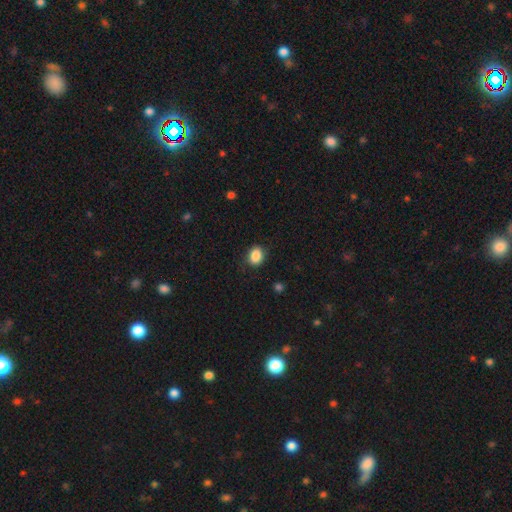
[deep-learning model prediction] Q: Smooth or featured?
A: smooth (87%); runner-up: star or artifact (9%)
Q: How rounded?
A: in between (61%); runner-up: round (38%)
Q: Merging?
A: none (82%); runner-up: minor disturbance (14%)